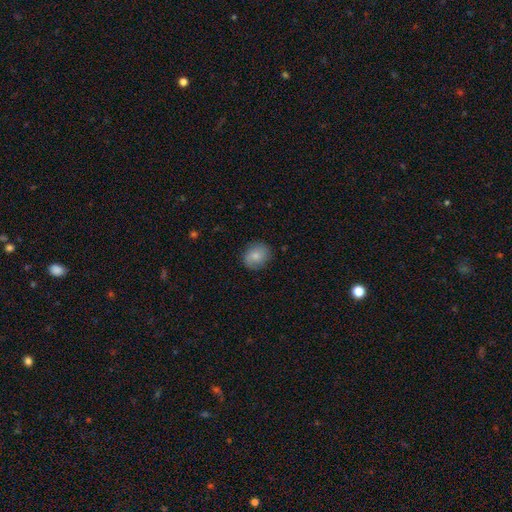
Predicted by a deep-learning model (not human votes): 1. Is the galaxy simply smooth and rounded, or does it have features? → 76% smooth, 16% featured or disk, 8% star or artifact.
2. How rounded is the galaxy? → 65% round, 34% in between, 1% cigar-shaped.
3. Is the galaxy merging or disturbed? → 81% none, 14% minor disturbance, 3% major disturbance, 1% merger.